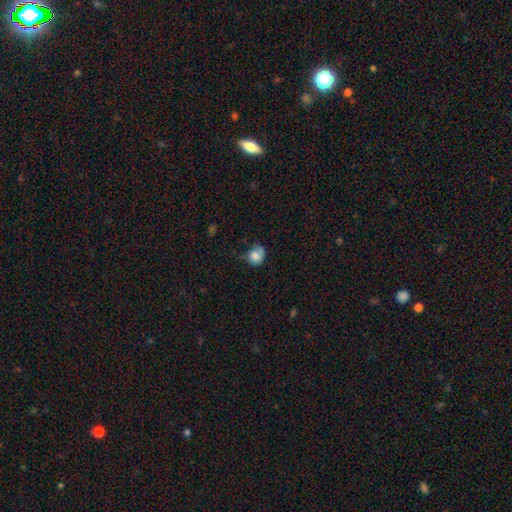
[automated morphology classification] Smooth or featured: smooth — 72% (featured or disk — 19%)
How rounded: round — 62% (in between — 37%)
Merging: none — 42% (minor disturbance — 34%)